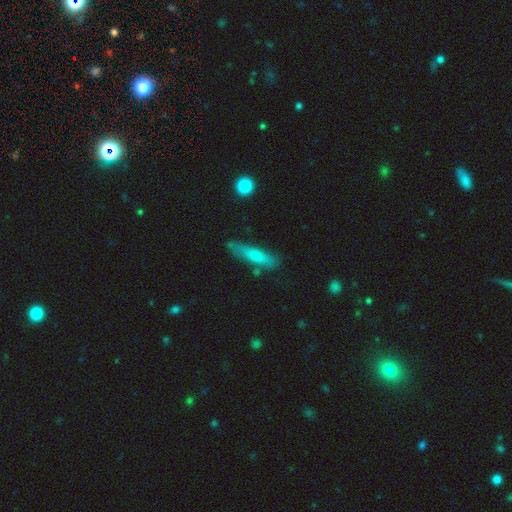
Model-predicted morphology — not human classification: smooth-or-featured: smooth: 57% | featured or disk: 36% | star or artifact: 7%
  how-rounded: cigar-shaped: 78% | in between: 20% | round: 2%
  merging: none: 73% | minor disturbance: 20% | major disturbance: 4% | merger: 3%